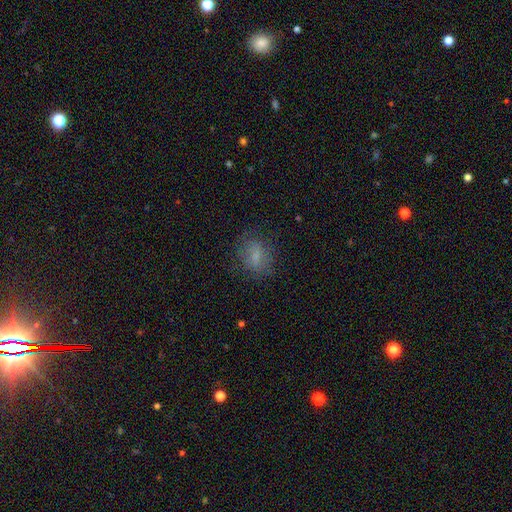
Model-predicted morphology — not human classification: Q: Smooth or featured?
A: smooth (70%); runner-up: featured or disk (19%)
Q: How rounded?
A: in between (69%); runner-up: round (26%)
Q: Merging?
A: none (73%); runner-up: minor disturbance (17%)